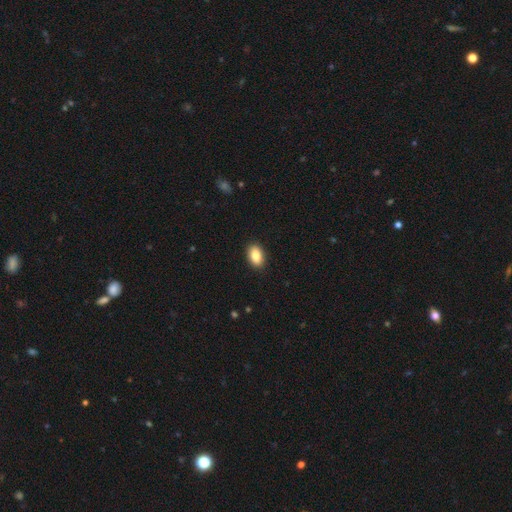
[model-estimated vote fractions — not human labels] Smooth or featured? smooth (86%)
How rounded? in between (88%)
Merging? none (90%)